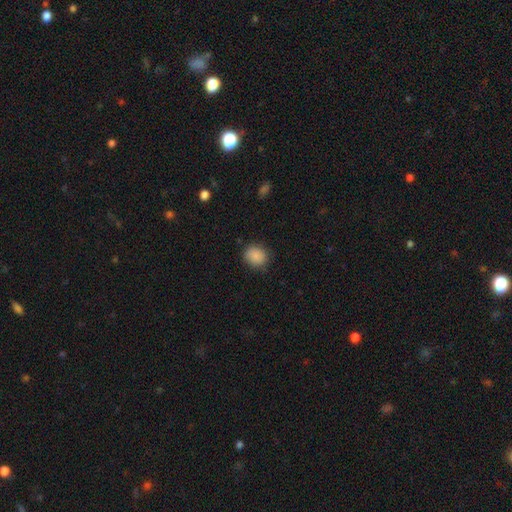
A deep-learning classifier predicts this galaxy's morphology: Smooth or featured? smooth (87%)
How rounded? round (71%)
Merging? none (83%)